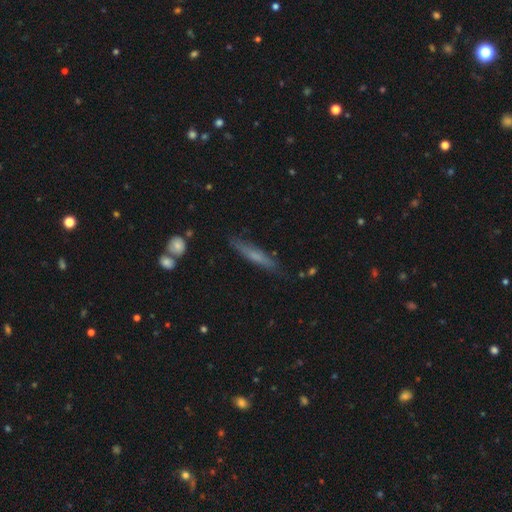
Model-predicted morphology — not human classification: smooth 53%, featured or disk 40%, star or artifact 7%. Down the decision tree: how rounded — cigar-shaped (89%); merging — none (82%).